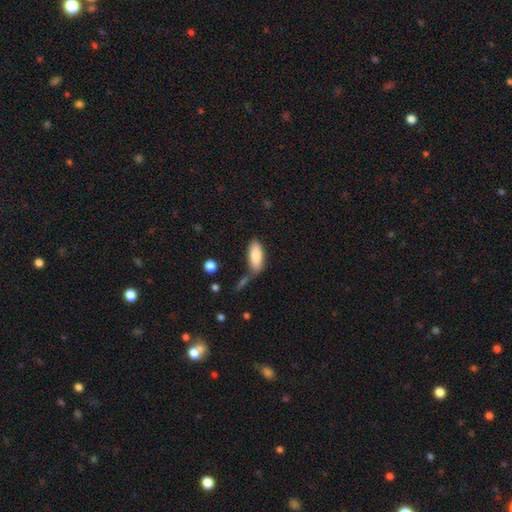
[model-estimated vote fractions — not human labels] Smooth or featured: smooth — 85% (featured or disk — 9%)
How rounded: in between — 81% (cigar-shaped — 17%)
Merging: none — 61% (minor disturbance — 19%)